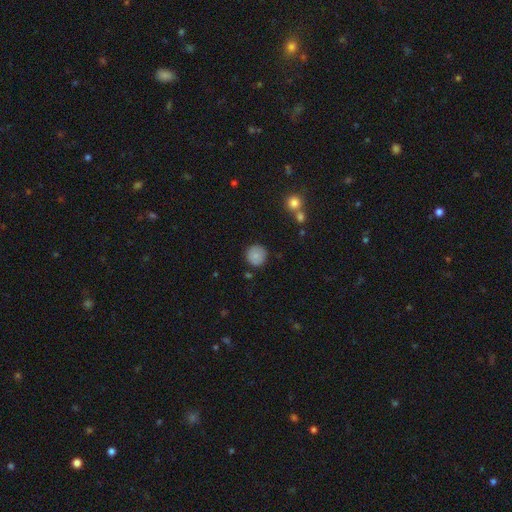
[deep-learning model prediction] smooth-or-featured: smooth: 82% | featured or disk: 10% | star or artifact: 8%
  how-rounded: round: 93% | in between: 6% | cigar-shaped: 1%
  merging: none: 83% | minor disturbance: 12% | major disturbance: 3% | merger: 3%